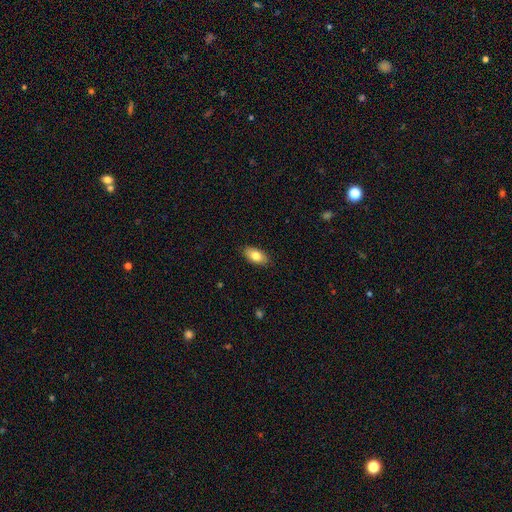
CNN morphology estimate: This appears to be a smooth galaxy with no disk features (80%) that is in between round and cigar-shaped (92%). Merging: none (88%).